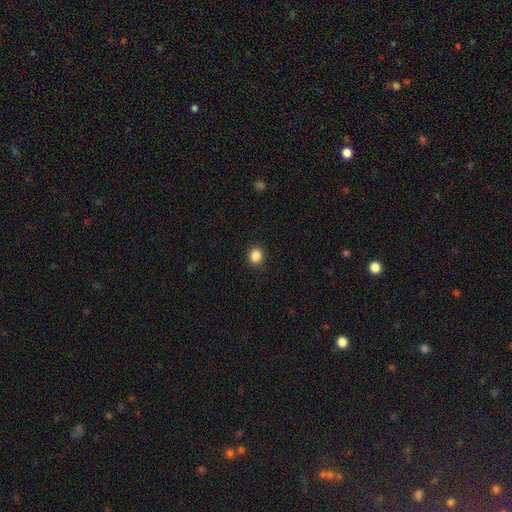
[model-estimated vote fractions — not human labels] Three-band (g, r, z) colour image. It shows a smooth galaxy with no disk features (86%) that is round (75%). Merging: none (91%).